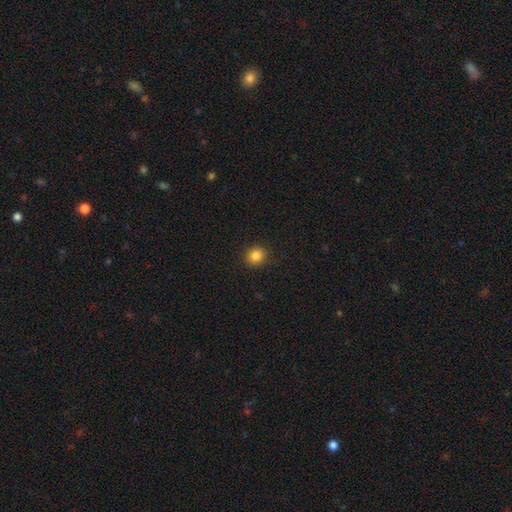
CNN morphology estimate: Q: Smooth or featured?
A: smooth (85%); runner-up: star or artifact (11%)
Q: How rounded?
A: round (87%); runner-up: in between (12%)
Q: Merging?
A: none (91%); runner-up: minor disturbance (6%)